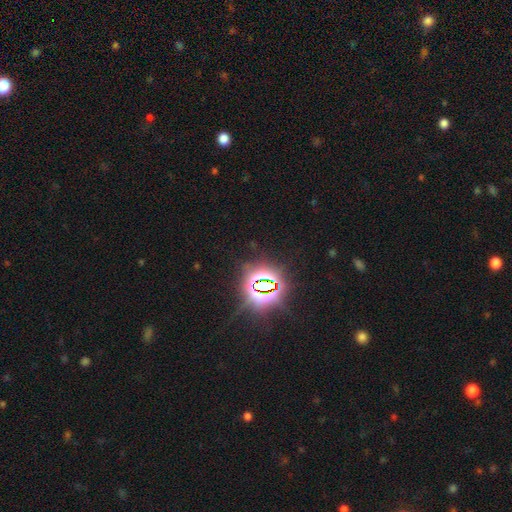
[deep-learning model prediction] Smooth or featured? Predicted: star or artifact (p=0.81).